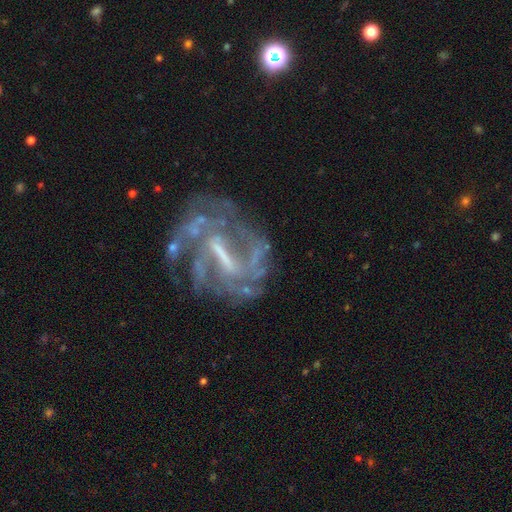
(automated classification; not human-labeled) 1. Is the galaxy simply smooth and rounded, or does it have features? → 83% featured or disk, 9% star or artifact, 8% smooth.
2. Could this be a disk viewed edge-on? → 95% no, 5% yes.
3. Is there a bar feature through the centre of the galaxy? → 59% strong, 31% weak, 11% no.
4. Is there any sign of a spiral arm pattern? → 80% yes, 20% no.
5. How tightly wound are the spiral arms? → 40% tight, 39% medium, 20% loose.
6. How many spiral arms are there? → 38% can't tell, 24% 2, 16% 3, 10% 4, 6% 1, 6% more than 4.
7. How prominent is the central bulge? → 37% none, 29% moderate, 28% small, 5% large, 1% dominant.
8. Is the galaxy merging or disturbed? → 55% none, 21% major disturbance, 19% minor disturbance, 5% merger.